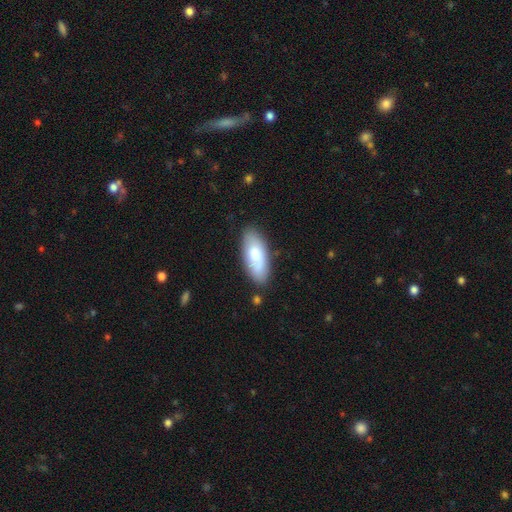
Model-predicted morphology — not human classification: This is likely a smooth galaxy (72%). How rounded: clearly in between (85%). Merging: likely none (78%).